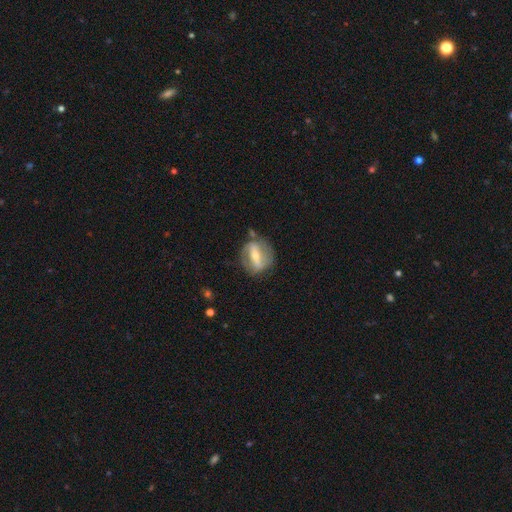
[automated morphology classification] A featured or disk galaxy (73%) with a strong bar (67%), spiral arms (65%) and a moderate central bulge (51%). Merging: none (68%).